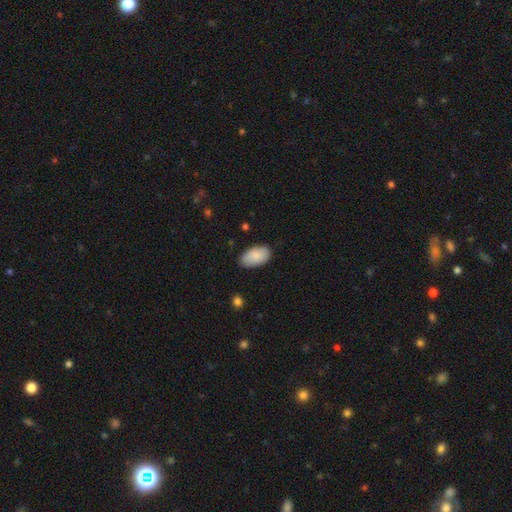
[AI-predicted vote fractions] Smooth or featured? smooth (88%)
How rounded? in between (95%)
Merging? none (82%)